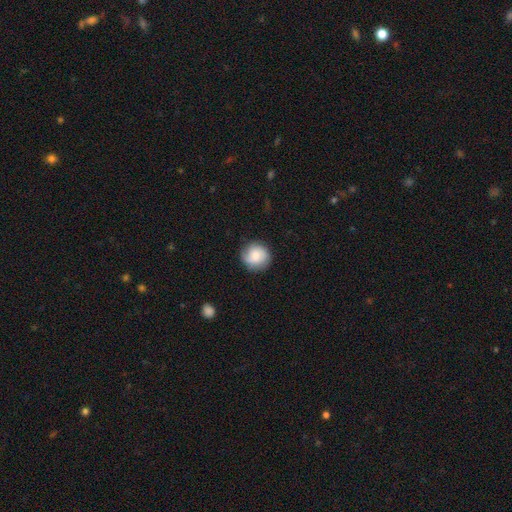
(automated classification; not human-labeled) A smooth galaxy with no disk features (69%) that is round (91%). Merging: none (83%).